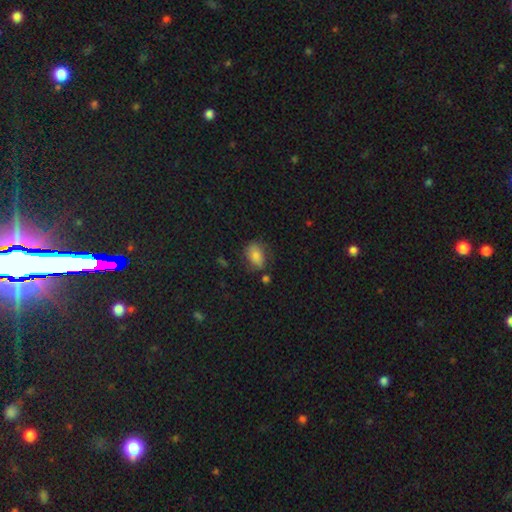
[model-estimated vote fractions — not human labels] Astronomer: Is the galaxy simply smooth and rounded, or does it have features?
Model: smooth — 76%.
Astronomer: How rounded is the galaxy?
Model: in between — 81%.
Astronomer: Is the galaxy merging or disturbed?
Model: none — 62%.